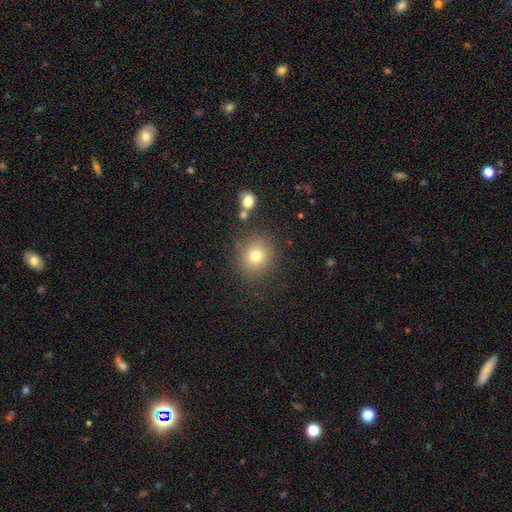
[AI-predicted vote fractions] A smooth galaxy with no disk features (75%) that is round (87%).

Vote fractions:
- Smooth or featured? smooth: 75% / star or artifact: 15% / featured or disk: 10%
- How rounded? round: 87% / in between: 12% / cigar-shaped: 1%
- Merging? none: 83% / minor disturbance: 9% / merger: 4% / major disturbance: 4%